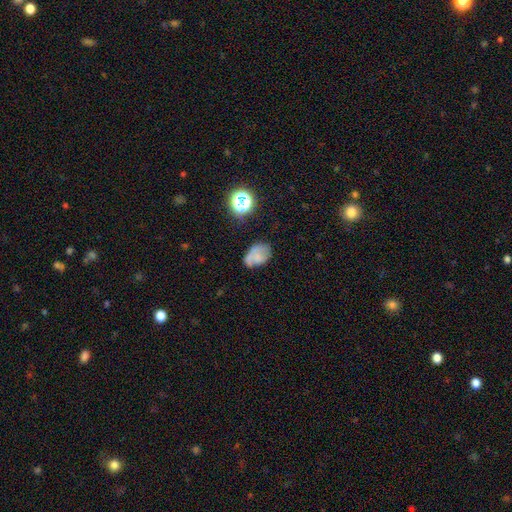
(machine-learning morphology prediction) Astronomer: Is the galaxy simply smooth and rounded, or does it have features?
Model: smooth — 56%.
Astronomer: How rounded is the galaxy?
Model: in between — 80%.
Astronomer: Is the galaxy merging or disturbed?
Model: none — 46% (runner-up: minor disturbance, 32%).